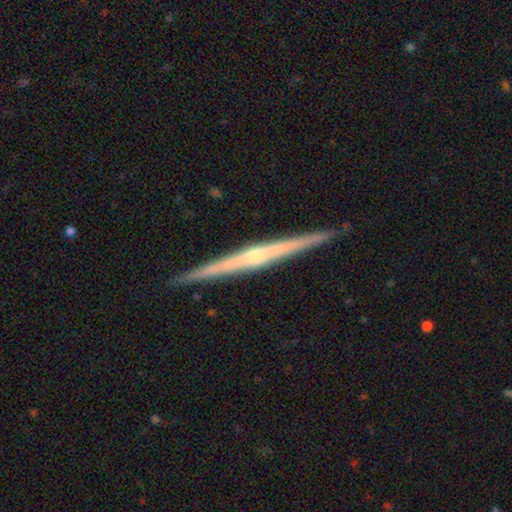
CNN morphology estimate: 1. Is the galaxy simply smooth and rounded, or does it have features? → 81% featured or disk, 14% smooth, 5% star or artifact.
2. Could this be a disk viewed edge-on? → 98% yes, 2% no.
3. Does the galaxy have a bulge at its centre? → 62% rounded, 30% none, 8% boxy.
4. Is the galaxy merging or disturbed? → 92% none, 6% minor disturbance, 1% major disturbance, 1% merger.